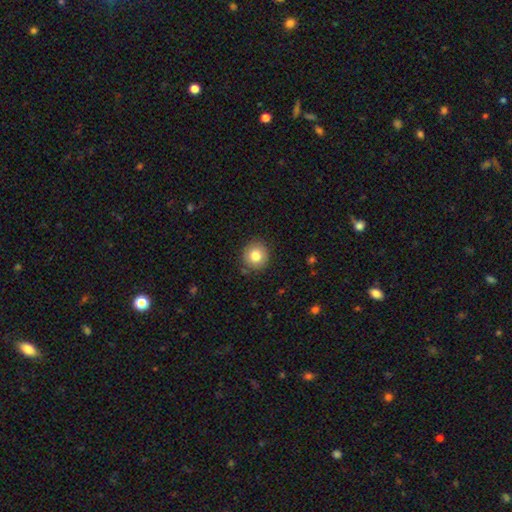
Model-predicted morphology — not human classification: smooth_or_featured: smooth (p=0.80) [alt: featured or disk p=0.10]
how_rounded: round (p=0.90) [alt: in between p=0.09]
merging: none (p=0.89) [alt: minor disturbance p=0.08]